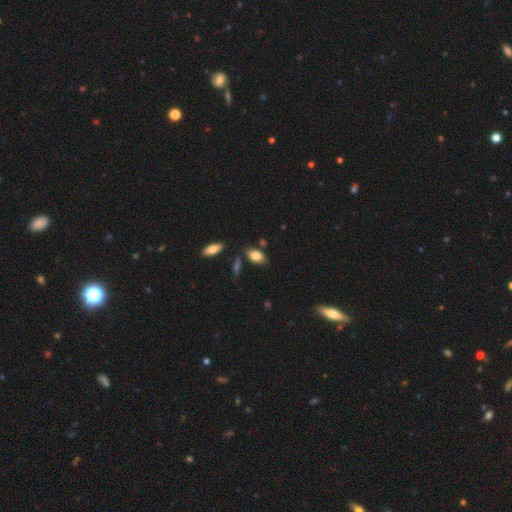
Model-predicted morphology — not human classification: Overall: smooth (82%). How rounded: in between (90%). Merging: none (74%).